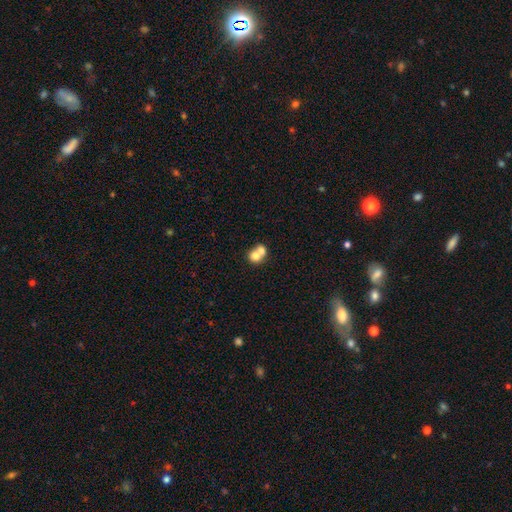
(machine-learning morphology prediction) Overall: smooth (72%). How rounded: round (73%). Merging: merger (66%).